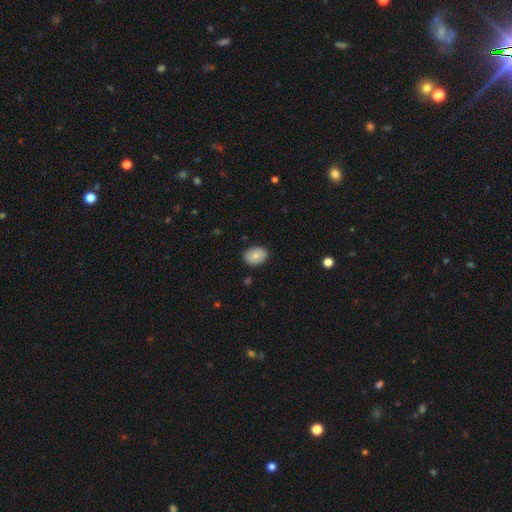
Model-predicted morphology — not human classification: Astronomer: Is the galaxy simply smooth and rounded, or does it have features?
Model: smooth — 79%.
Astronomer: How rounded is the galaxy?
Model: in between — 69%.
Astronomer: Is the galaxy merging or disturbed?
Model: none — 84%.